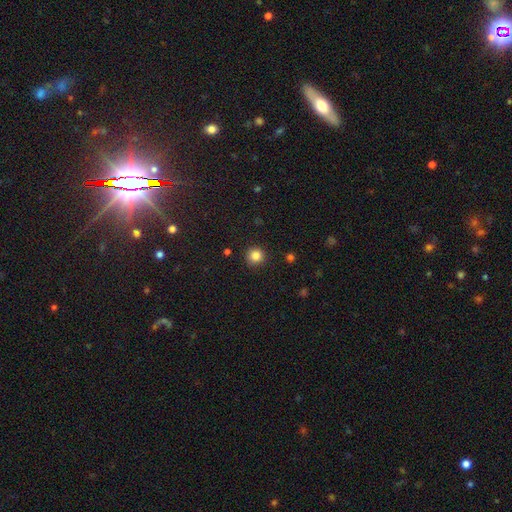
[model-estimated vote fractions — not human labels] This appears to be a smooth galaxy with no disk features (83%) that is round (95%). Merging: none (91%).